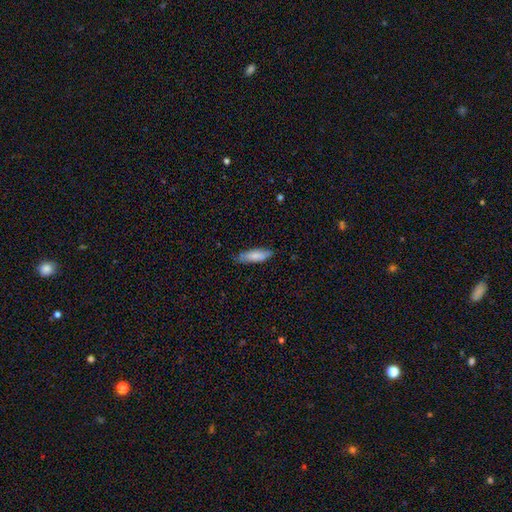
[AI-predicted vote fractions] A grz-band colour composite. It shows a smooth galaxy with no disk features (80%) that is in between round and cigar-shaped (52%). Merging: none (75%).